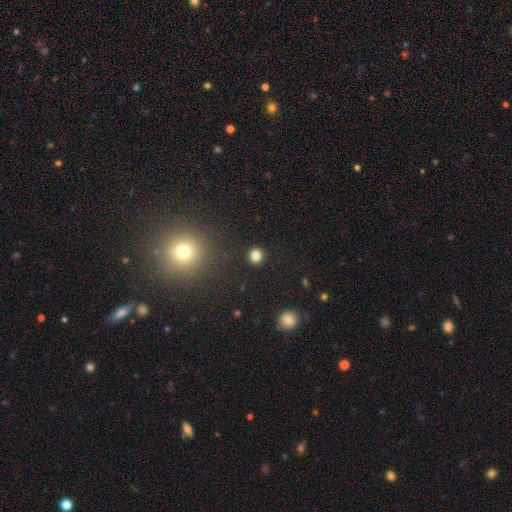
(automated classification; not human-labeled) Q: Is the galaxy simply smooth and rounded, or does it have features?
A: smooth — 82%.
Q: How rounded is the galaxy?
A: round — 83%.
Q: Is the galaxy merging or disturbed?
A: none — 90%.